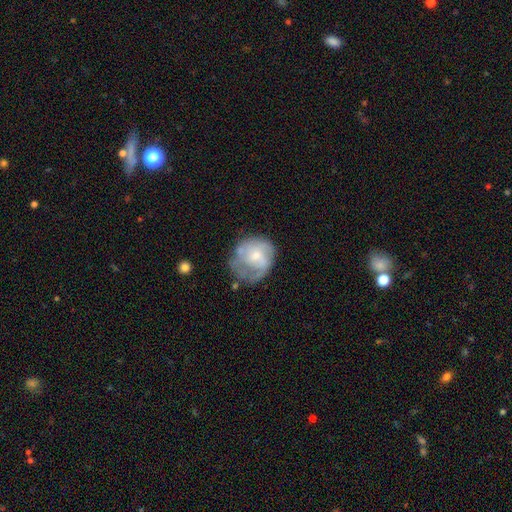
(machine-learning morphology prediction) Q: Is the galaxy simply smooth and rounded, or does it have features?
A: featured or disk — 57%.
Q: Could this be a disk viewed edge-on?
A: no — 98%.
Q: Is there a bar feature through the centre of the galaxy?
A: no — 69%.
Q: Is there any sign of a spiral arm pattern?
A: yes — 66%.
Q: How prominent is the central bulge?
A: small — 48%.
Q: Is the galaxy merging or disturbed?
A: none — 43%.